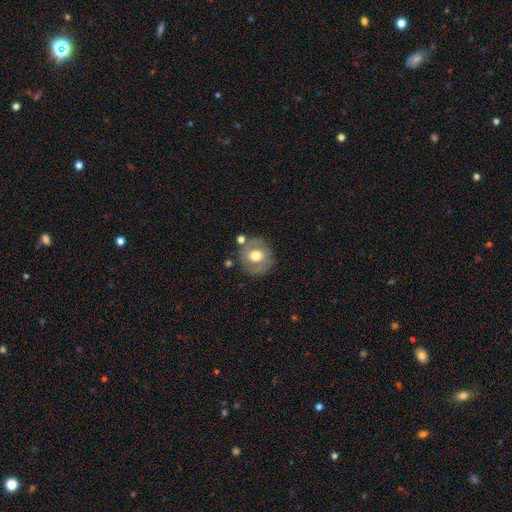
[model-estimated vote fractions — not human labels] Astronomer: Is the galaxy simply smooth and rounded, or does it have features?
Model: smooth — 47% (runner-up: featured or disk, 45%).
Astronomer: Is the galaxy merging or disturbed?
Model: none — 74%.